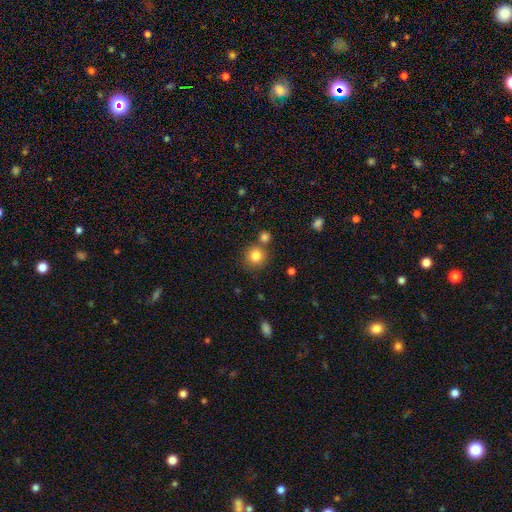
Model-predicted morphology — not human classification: Smooth or featured? Predicted: smooth (p=0.83). How rounded? Predicted: round (p=0.92). Merging? Predicted: none (p=0.73).